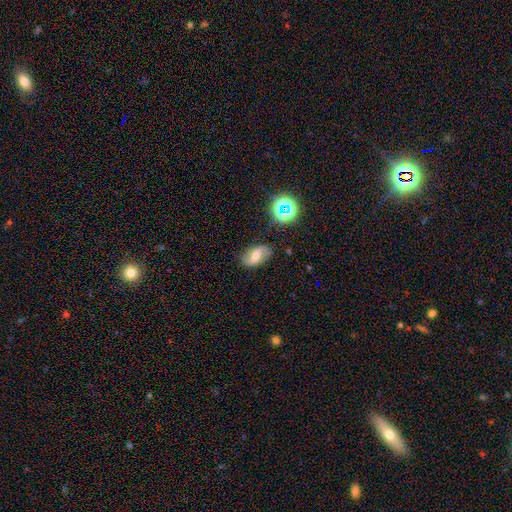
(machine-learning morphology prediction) A featured or disk galaxy (47%). Merging: none (78%).